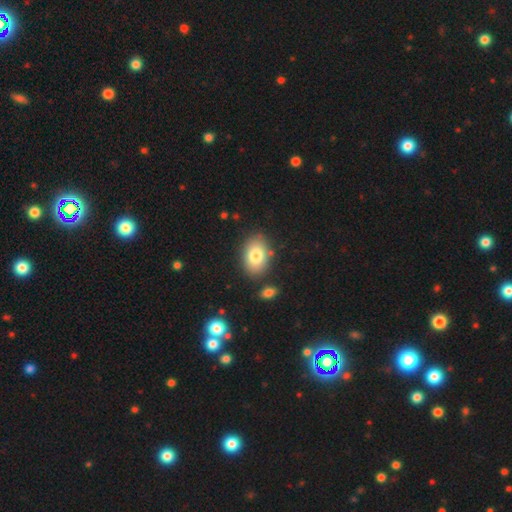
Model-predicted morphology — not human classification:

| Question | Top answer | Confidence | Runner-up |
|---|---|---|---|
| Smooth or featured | smooth | 80% | featured or disk (12%) |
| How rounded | in between | 84% | round (14%) |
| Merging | none | 81% | minor disturbance (11%) |